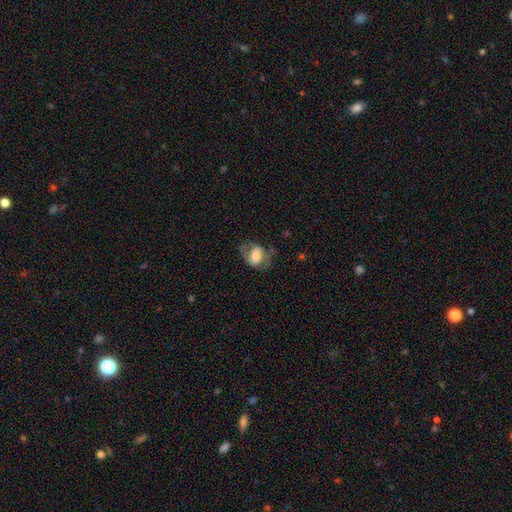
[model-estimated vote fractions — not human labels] This is possibly a featured or disk galaxy (47%). Merging: possibly none (57%).